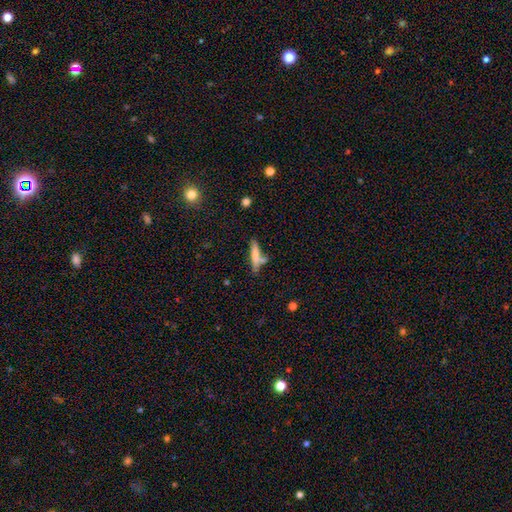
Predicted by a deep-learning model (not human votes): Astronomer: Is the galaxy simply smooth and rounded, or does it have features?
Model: smooth — 66%.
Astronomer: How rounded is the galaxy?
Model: cigar-shaped — 86%.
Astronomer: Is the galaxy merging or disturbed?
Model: none — 55%.